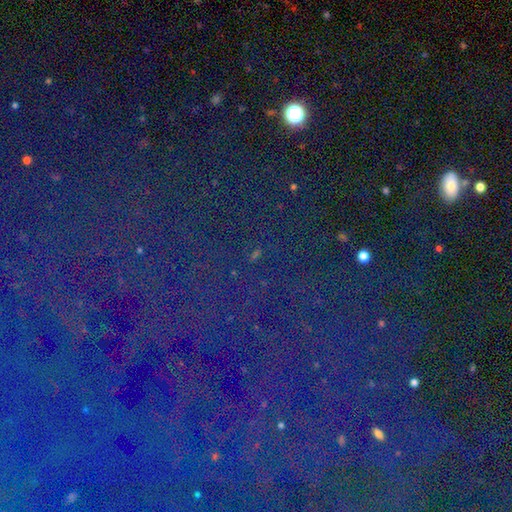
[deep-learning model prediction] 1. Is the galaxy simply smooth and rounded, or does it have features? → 78% star or artifact, 13% smooth, 10% featured or disk.